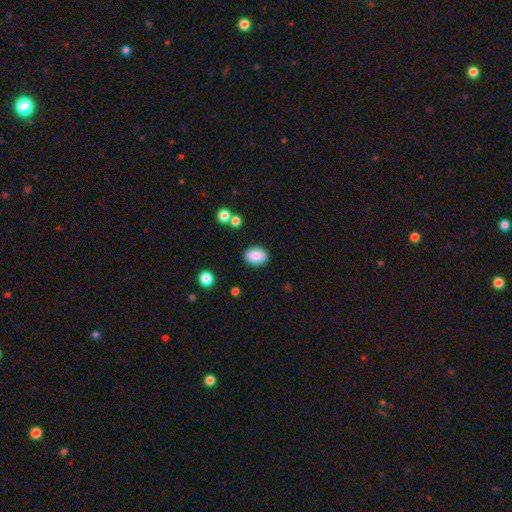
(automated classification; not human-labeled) Q: Smooth or featured?
A: smooth (88%); runner-up: star or artifact (8%)
Q: How rounded?
A: in between (77%); runner-up: round (22%)
Q: Merging?
A: none (86%); runner-up: minor disturbance (9%)